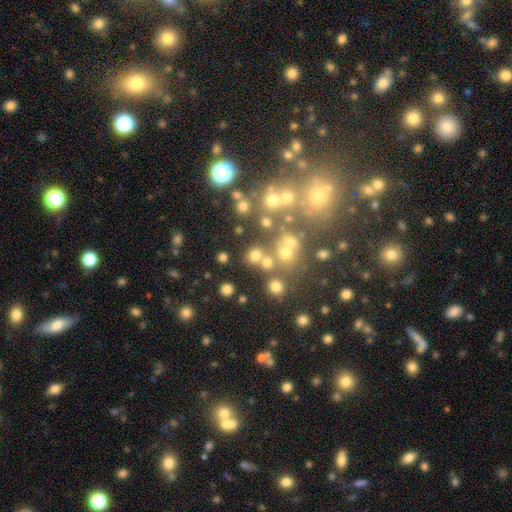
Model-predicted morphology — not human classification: This appears to be a smooth galaxy with no disk features (71%) that is round (87%). Merging: none (71%).